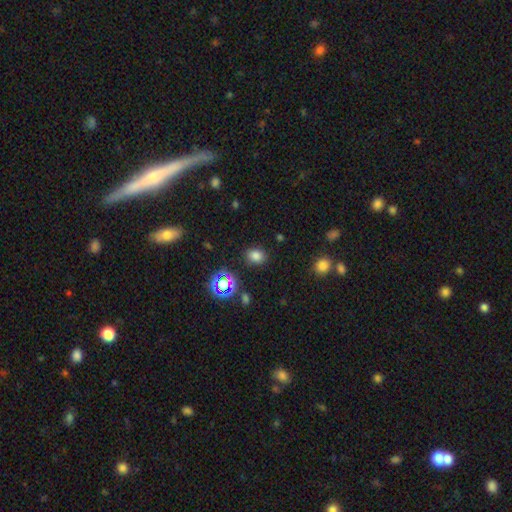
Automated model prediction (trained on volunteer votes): Q: Smooth or featured?
A: smooth (75%); runner-up: star or artifact (20%)
Q: How rounded?
A: in between (56%); runner-up: round (42%)
Q: Merging?
A: none (84%); runner-up: minor disturbance (10%)